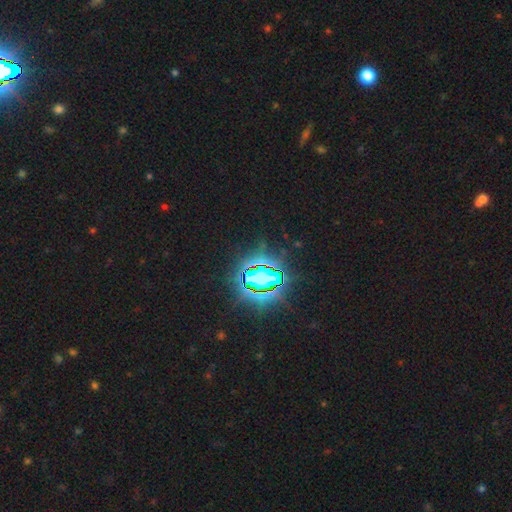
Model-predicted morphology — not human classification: Smooth or featured?
  - star or artifact: 84% *
  - smooth: 10%
  - featured or disk: 6%